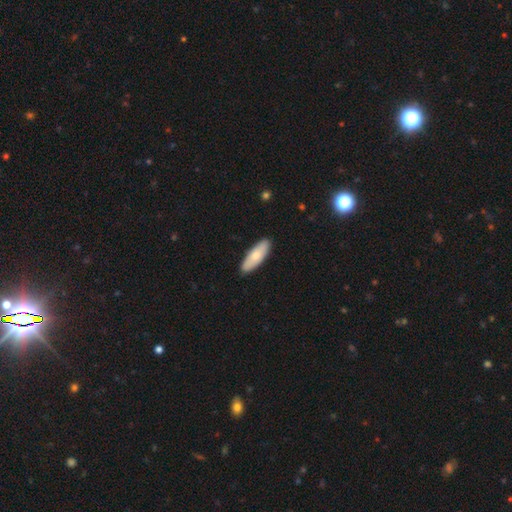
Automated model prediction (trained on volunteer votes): Q: Smooth or featured?
A: smooth (76%); runner-up: featured or disk (19%)
Q: How rounded?
A: in between (63%); runner-up: cigar-shaped (35%)
Q: Merging?
A: none (89%); runner-up: minor disturbance (8%)